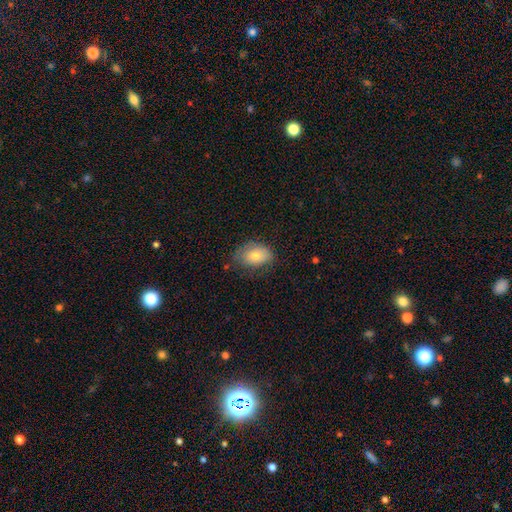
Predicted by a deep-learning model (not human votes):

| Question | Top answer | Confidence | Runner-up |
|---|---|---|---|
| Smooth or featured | smooth | 73% | featured or disk (19%) |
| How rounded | in between | 84% | round (14%) |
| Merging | none | 64% | minor disturbance (27%) |